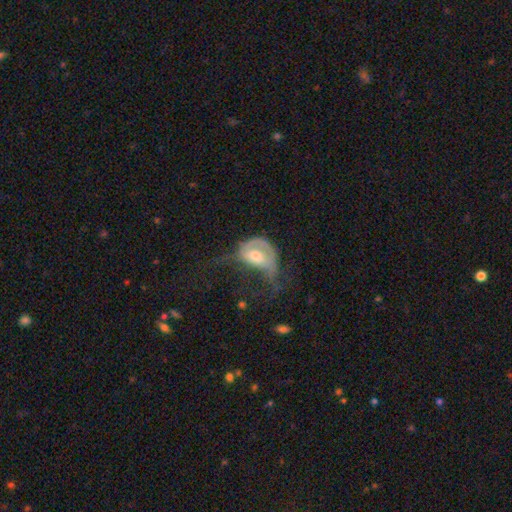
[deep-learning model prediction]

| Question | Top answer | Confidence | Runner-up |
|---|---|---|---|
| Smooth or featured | featured or disk | 50% | smooth (42%) |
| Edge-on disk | no | 95% | yes (5%) |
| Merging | major disturbance | 62% | minor disturbance (18%) |